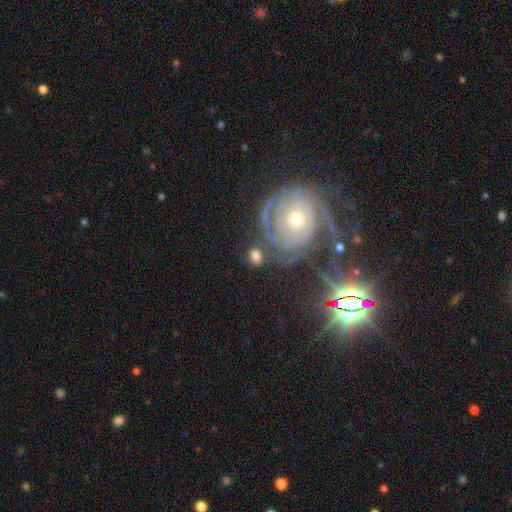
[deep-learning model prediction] A smooth galaxy with no disk features (52%) that is round (51%). Merging: none (60%).